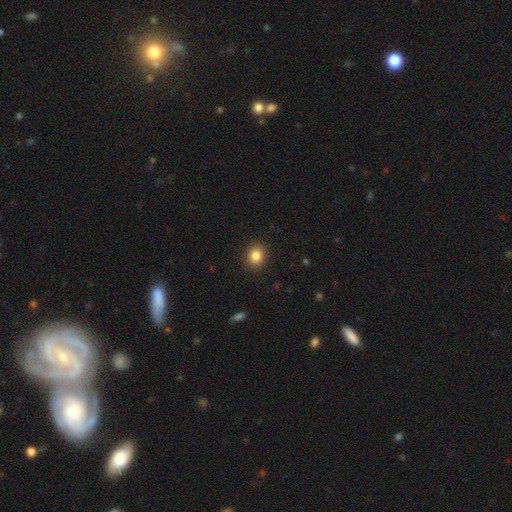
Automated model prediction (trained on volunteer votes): smooth_or_featured: smooth (p=0.86) [alt: star or artifact p=0.10]
how_rounded: round (p=0.68) [alt: in between p=0.32]
merging: none (p=0.90) [alt: minor disturbance p=0.07]